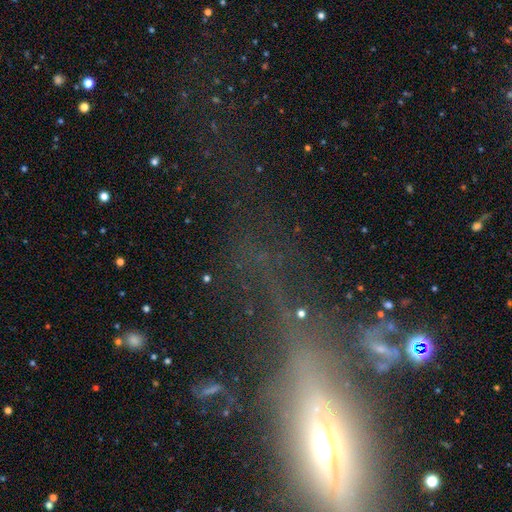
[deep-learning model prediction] Smooth or featured: featured or disk — 44% (star or artifact — 30%)
Merging: none — 40% (major disturbance — 35%)